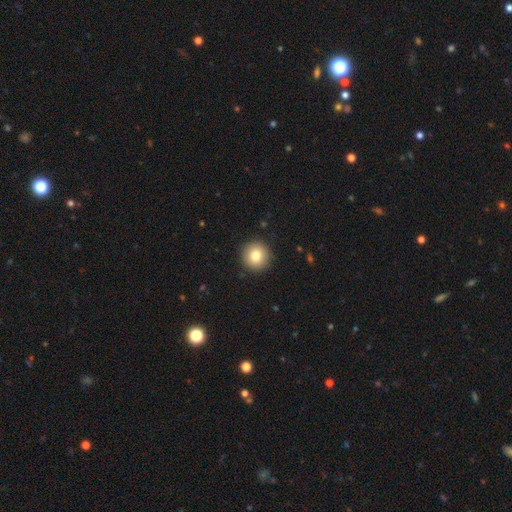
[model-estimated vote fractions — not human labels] The model was most divided on "smooth or featured": smooth: 81%, star or artifact: 10%, featured or disk: 9%. More confident: how rounded — round (95%); merging — none (92%).